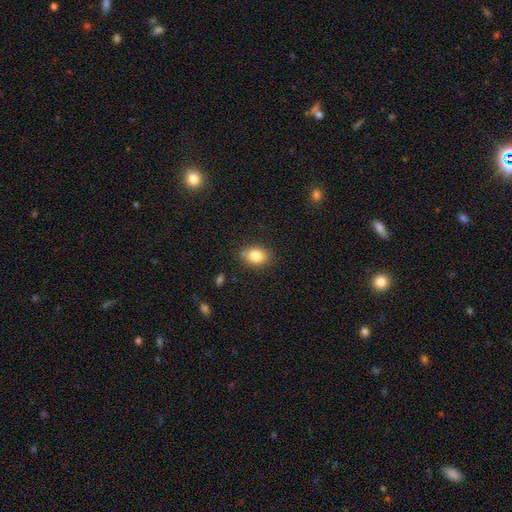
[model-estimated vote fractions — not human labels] smooth 82%, featured or disk 9%, star or artifact 9%. Down the decision tree: how rounded — in between (73%); merging — none (83%).